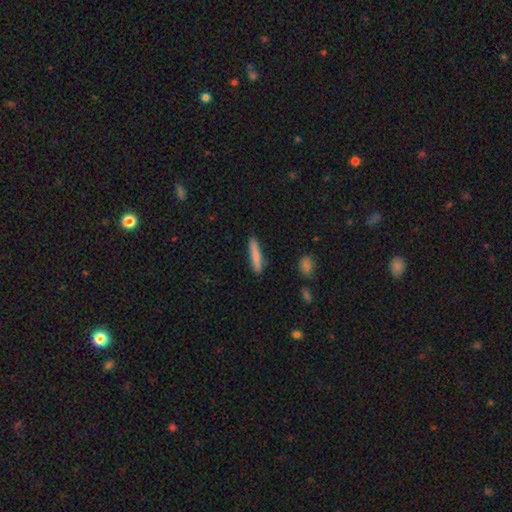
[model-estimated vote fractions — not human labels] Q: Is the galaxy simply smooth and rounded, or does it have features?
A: smooth — 79%.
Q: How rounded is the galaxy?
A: cigar-shaped — 92%.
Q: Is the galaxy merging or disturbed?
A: none — 88%.